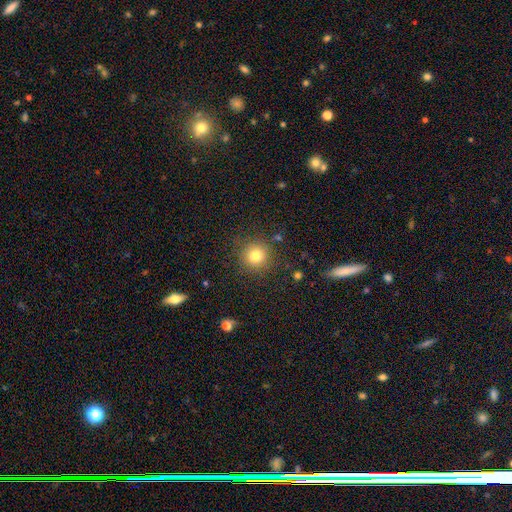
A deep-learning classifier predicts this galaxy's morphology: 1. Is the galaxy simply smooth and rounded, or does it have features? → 80% smooth, 13% star or artifact, 7% featured or disk.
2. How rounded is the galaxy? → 93% round, 6% in between, 1% cigar-shaped.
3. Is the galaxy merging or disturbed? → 87% none, 8% minor disturbance, 3% major disturbance, 2% merger.